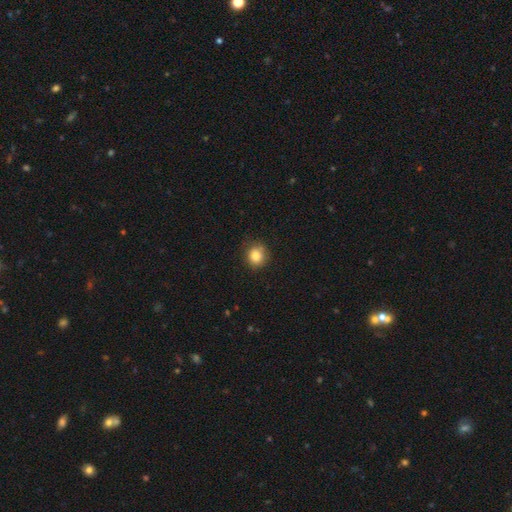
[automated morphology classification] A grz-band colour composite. It shows a smooth galaxy with no disk features (83%) that is round (83%). Merging: none (77%).